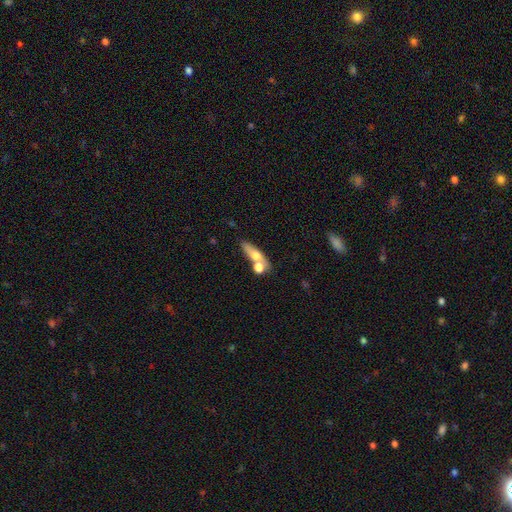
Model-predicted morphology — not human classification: This is possibly a smooth galaxy (58%). How rounded: possibly cigar-shaped (46%). Merging: possibly none (52%).